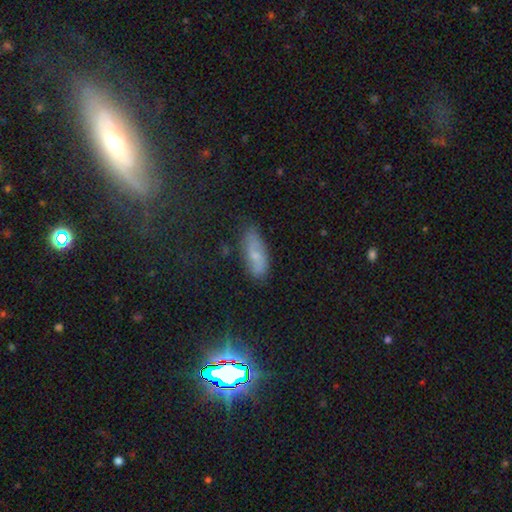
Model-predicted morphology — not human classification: This is possibly a smooth galaxy (52%). How rounded: likely in between (71%). Merging: likely none (72%).